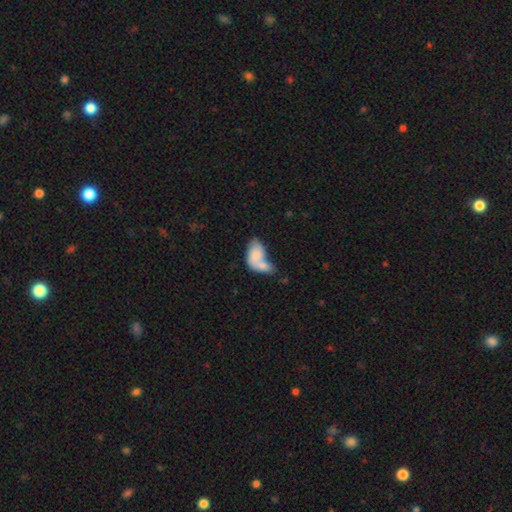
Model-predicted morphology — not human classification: This appears to be a smooth galaxy with no disk features (74%) that is in between round and cigar-shaped (91%). Merging: merger (66%).